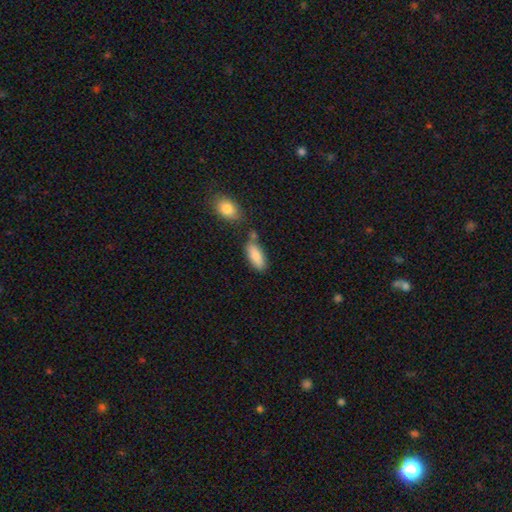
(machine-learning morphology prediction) type=smooth (84%); roundness=in between (82%); merging=none (60%).